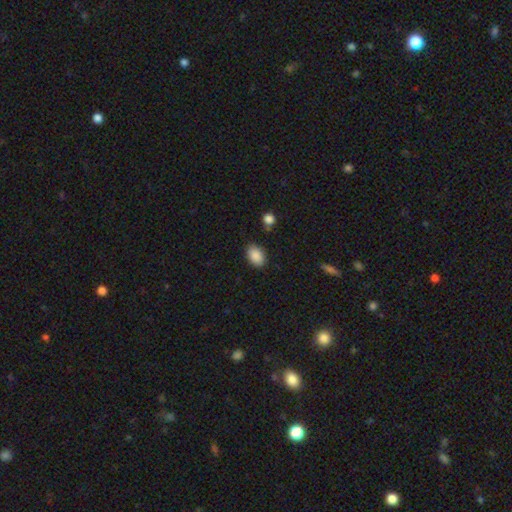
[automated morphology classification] A smooth galaxy with no disk features (89%) that is in between round and cigar-shaped (88%).

Vote fractions:
- Smooth or featured? smooth: 89% / star or artifact: 8% / featured or disk: 4%
- How rounded? in between: 88% / round: 10% / cigar-shaped: 1%
- Merging? none: 85% / minor disturbance: 10% / major disturbance: 3% / merger: 2%